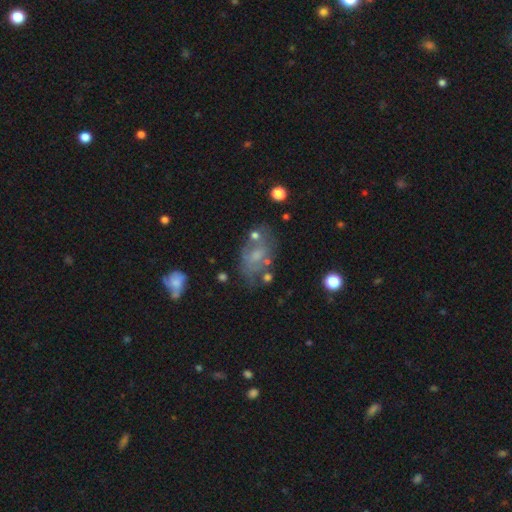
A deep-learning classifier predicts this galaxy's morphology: This appears to be a featured or disk galaxy (47%). Merging: none (51%).